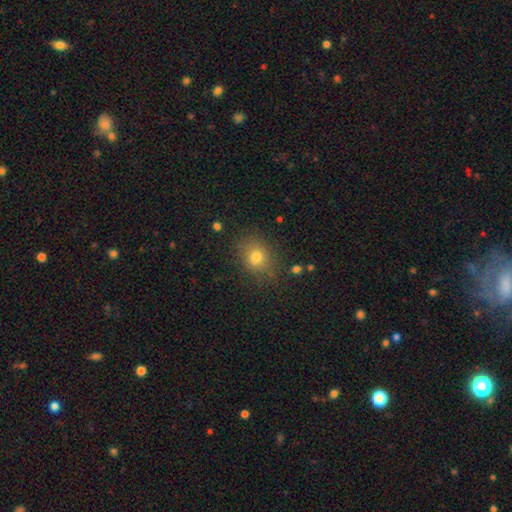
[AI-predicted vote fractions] Q: Smooth or featured?
A: smooth (75%); runner-up: star or artifact (16%)
Q: How rounded?
A: round (56%); runner-up: in between (43%)
Q: Merging?
A: none (82%); runner-up: minor disturbance (12%)